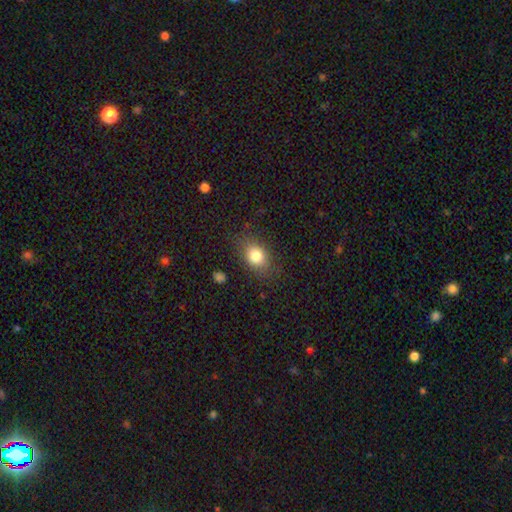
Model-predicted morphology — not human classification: A smooth galaxy with no disk features (81%) that is in between round and cigar-shaped (58%). Merging: none (80%).